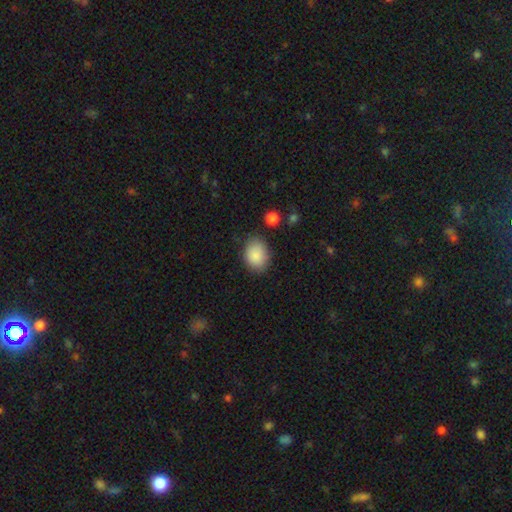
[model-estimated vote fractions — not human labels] smooth 86%, star or artifact 8%, featured or disk 6%. Down the decision tree: how rounded — in between (66%); merging — none (80%).